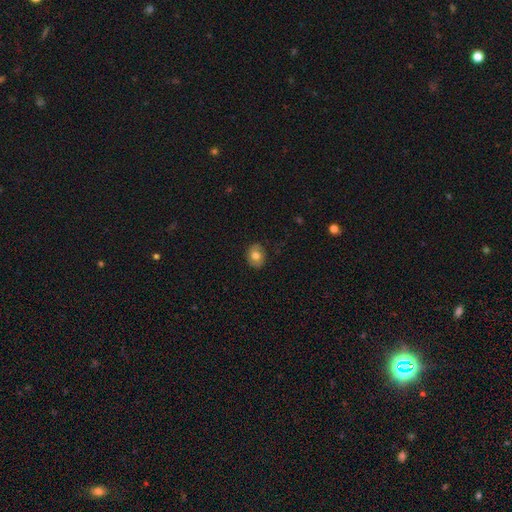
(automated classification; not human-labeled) Smooth or featured? Predicted: smooth (p=0.71). How rounded? Predicted: round (p=0.54). Merging? Predicted: none (p=0.85).